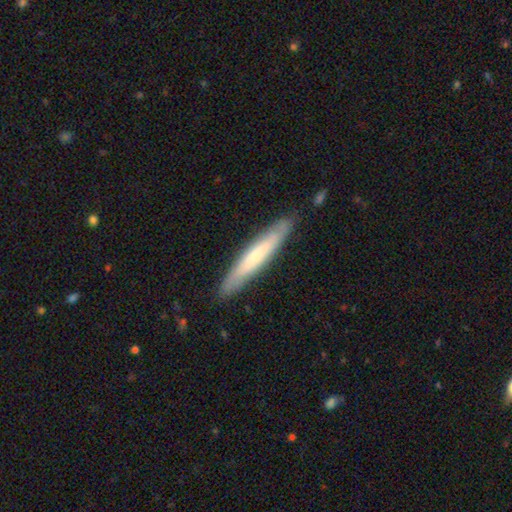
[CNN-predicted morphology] smooth 56%, featured or disk 39%, star or artifact 5%. Down the decision tree: how rounded — cigar-shaped (92%); merging — none (88%).